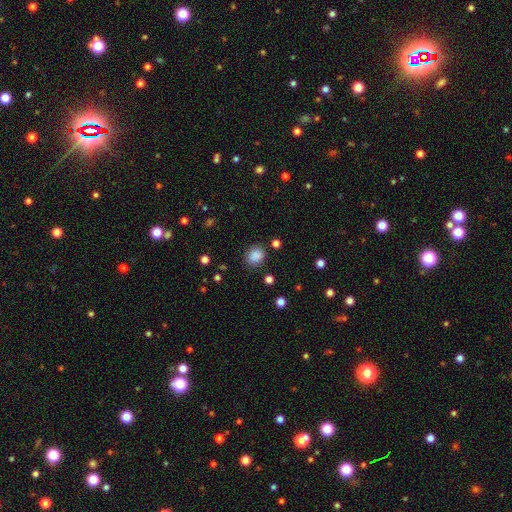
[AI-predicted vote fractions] smooth-or-featured: smooth: 85% | star or artifact: 11% | featured or disk: 4%
  how-rounded: round: 68% | in between: 31% | cigar-shaped: 1%
  merging: none: 82% | minor disturbance: 11% | major disturbance: 4% | merger: 2%